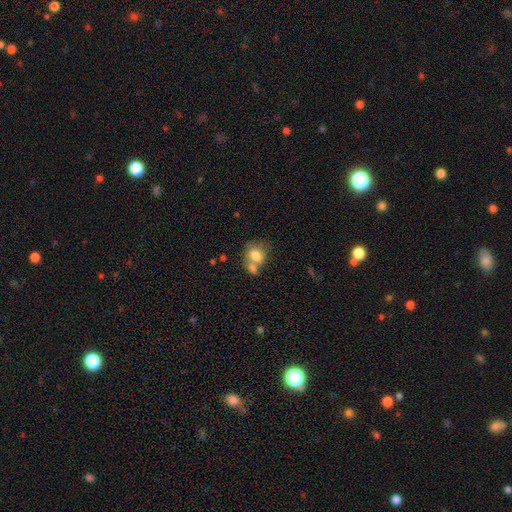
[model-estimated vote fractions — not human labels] Smooth or featured: smooth — 75% (featured or disk — 16%)
How rounded: in between — 55% (round — 44%)
Merging: merger — 49% (none — 31%)